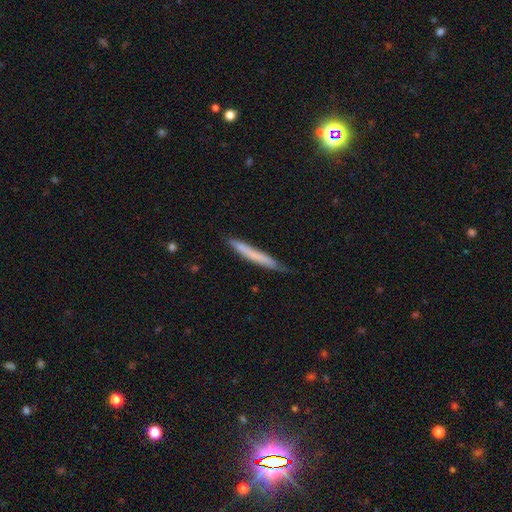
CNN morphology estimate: This is likely a smooth galaxy (67%). How rounded: clearly cigar-shaped (96%). Merging: likely none (69%).